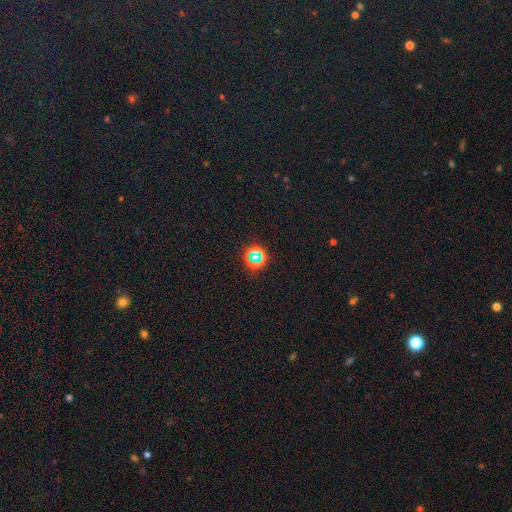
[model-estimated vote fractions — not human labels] Morphology: type=star or artifact (67%).